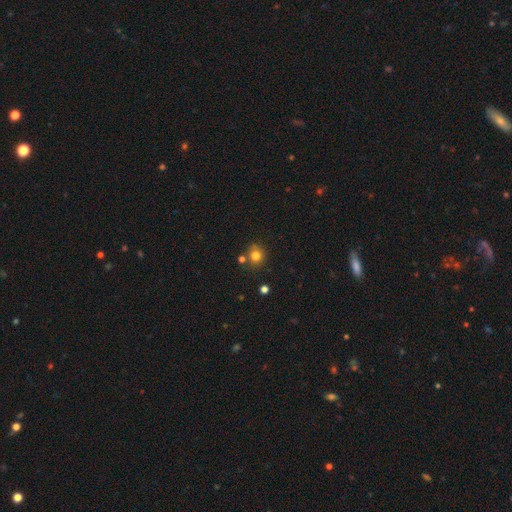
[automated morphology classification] The model was most divided on "merging": none: 75%, merger: 11%, minor disturbance: 11%, major disturbance: 3%. More confident: how rounded — round (89%); smooth or featured — smooth (80%).